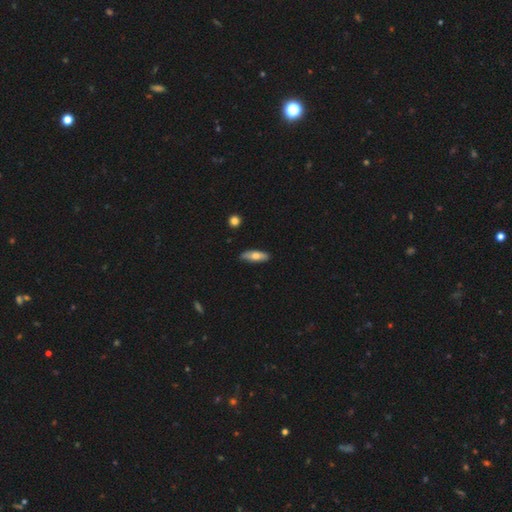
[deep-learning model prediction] The model was most divided on "how rounded": in between: 57%, cigar-shaped: 40%, round: 3%. More confident: merging — none (84%); smooth or featured — smooth (69%).